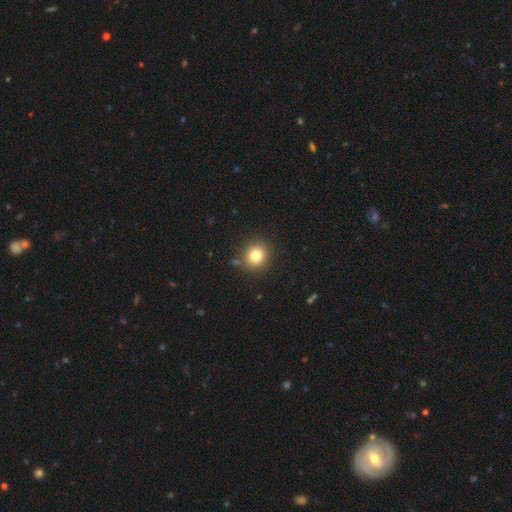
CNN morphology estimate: smooth_or_featured: smooth (p=0.80) [alt: star or artifact p=0.12]
how_rounded: round (p=0.90) [alt: in between p=0.09]
merging: none (p=0.86) [alt: minor disturbance p=0.08]